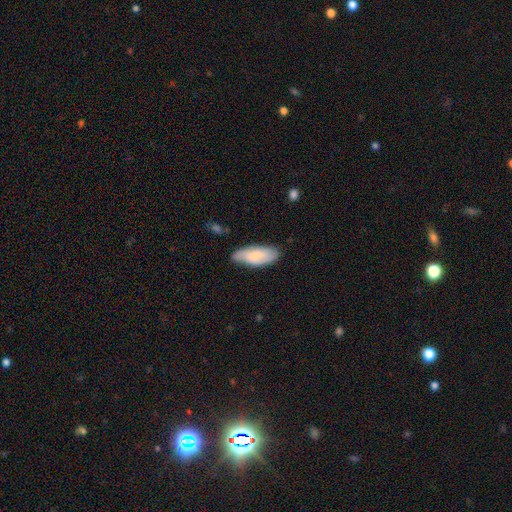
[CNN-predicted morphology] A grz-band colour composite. It shows a smooth galaxy with no disk features (71%) that is in between round and cigar-shaped (81%). Merging: none (67%).